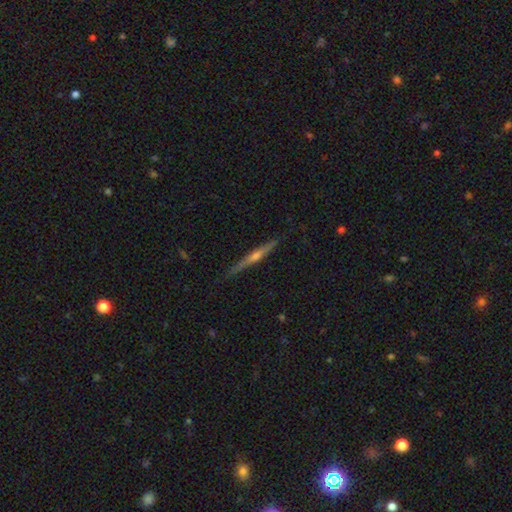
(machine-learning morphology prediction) smooth_or_featured: featured or disk (p=0.68) [alt: smooth p=0.25]
disk_edge_on: yes (p=0.98) [alt: no p=0.02]
edge_on_bulge: rounded (p=0.83) [alt: none p=0.12]
merging: none (p=0.86) [alt: minor disturbance p=0.11]